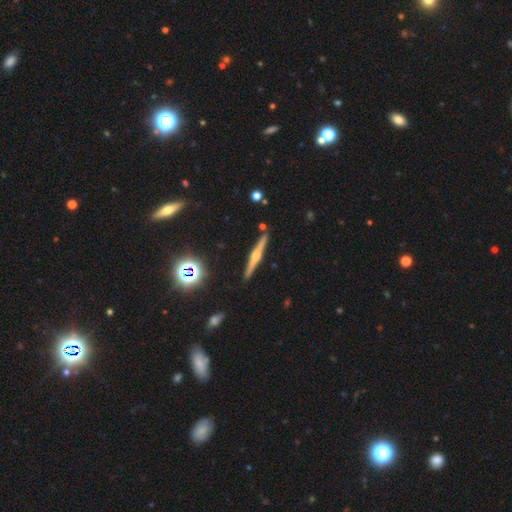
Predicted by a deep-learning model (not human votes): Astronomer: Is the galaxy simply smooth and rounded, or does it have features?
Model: featured or disk — 77%.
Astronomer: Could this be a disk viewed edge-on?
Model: yes — 98%.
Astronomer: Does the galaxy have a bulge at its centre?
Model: rounded — 90%.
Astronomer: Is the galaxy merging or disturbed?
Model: none — 91%.